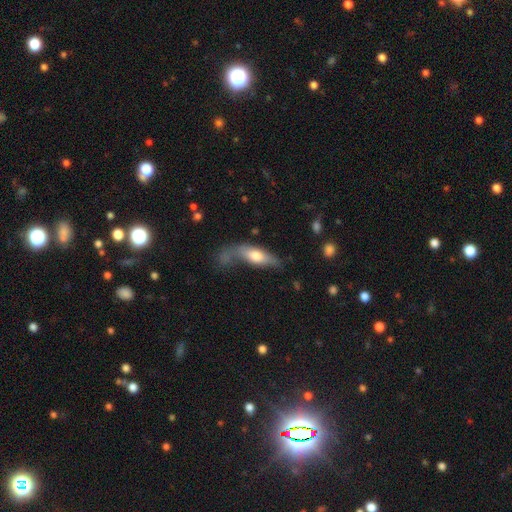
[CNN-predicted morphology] A smooth galaxy with no disk features (60%) that is in between round and cigar-shaped (60%).

Vote fractions:
- Smooth or featured? smooth: 60% / featured or disk: 34% / star or artifact: 6%
- How rounded? in between: 60% / cigar-shaped: 36% / round: 4%
- Merging? none: 34% / major disturbance: 31% / minor disturbance: 26% / merger: 9%